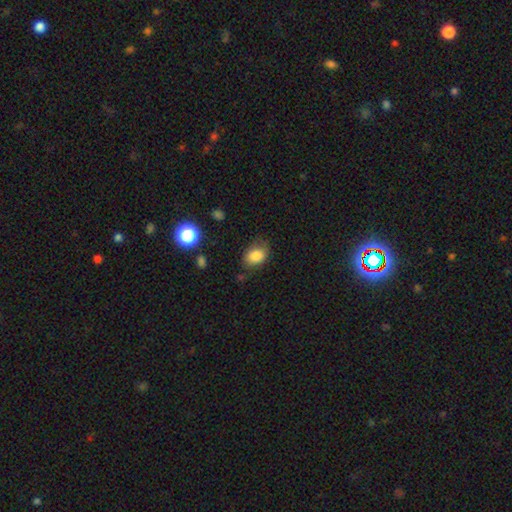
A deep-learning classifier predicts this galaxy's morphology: Overall: smooth (83%). How rounded: in between (73%). Merging: none (70%).